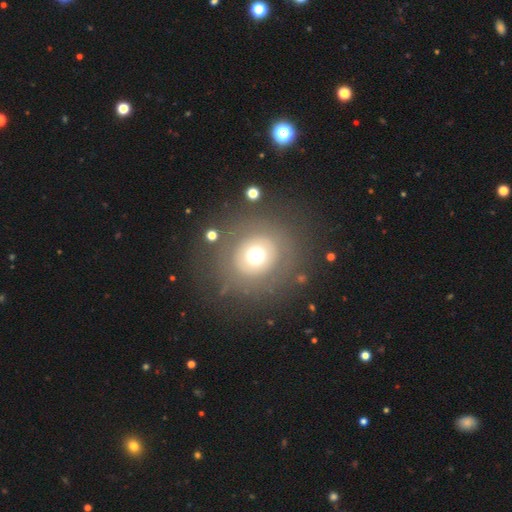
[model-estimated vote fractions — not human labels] Morphology: type=smooth (63%); roundness=round (92%); merging=none (82%).